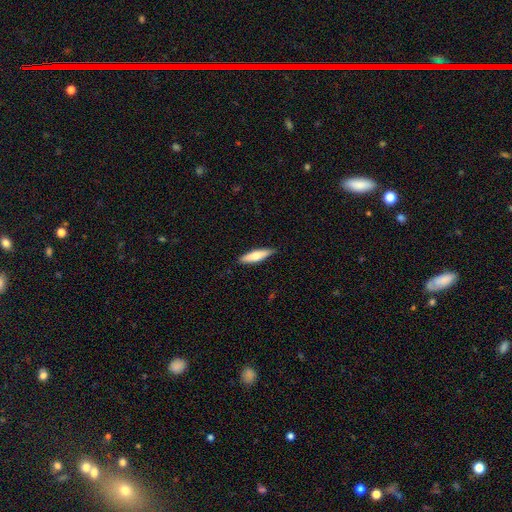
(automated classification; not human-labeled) smooth_or_featured: smooth (p=0.66) [alt: featured or disk p=0.29]
how_rounded: cigar-shaped (p=0.68) [alt: in between p=0.30]
merging: none (p=0.87) [alt: minor disturbance p=0.10]